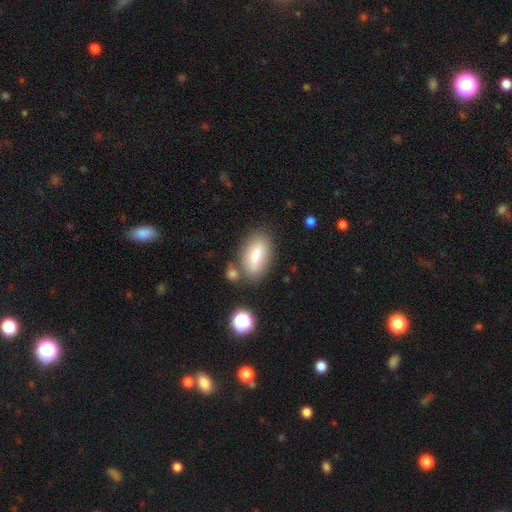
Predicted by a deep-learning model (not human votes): Morphology: type=smooth (81%); roundness=in between (86%); merging=none (67%).